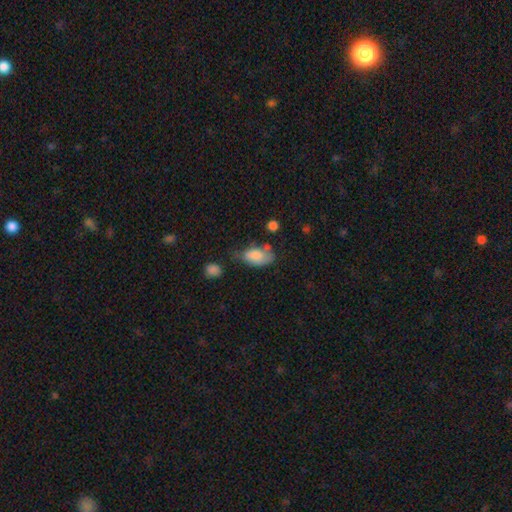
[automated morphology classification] This appears to be a smooth galaxy with no disk features (79%) that is in between round and cigar-shaped (91%). Merging: minor disturbance (37%, tied with none).